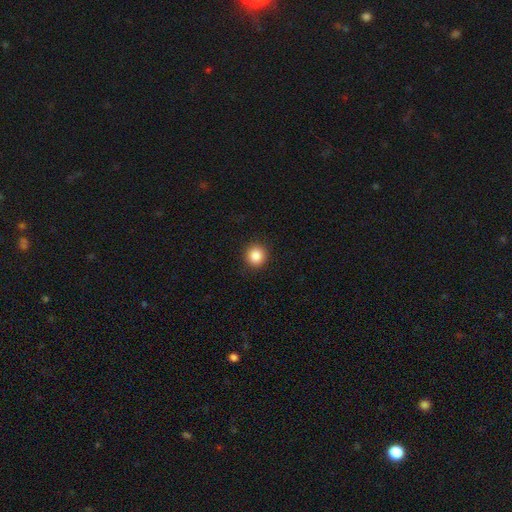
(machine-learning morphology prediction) smooth_or_featured: smooth (p=0.87) [alt: star or artifact p=0.10]
how_rounded: round (p=0.93) [alt: in between p=0.06]
merging: none (p=0.92) [alt: minor disturbance p=0.05]